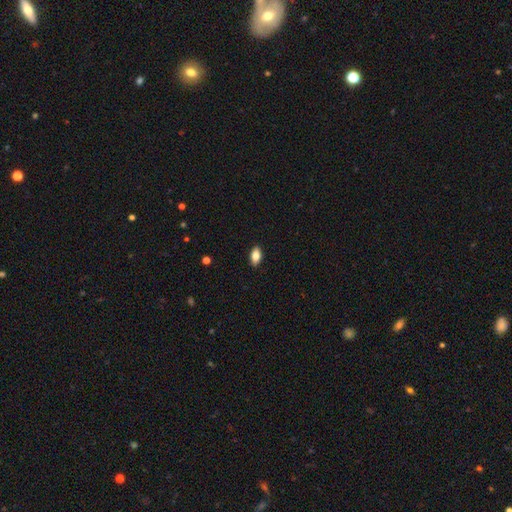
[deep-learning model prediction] smooth_or_featured: smooth (p=0.81) [alt: featured or disk p=0.11]
how_rounded: in between (p=0.90) [alt: cigar-shaped p=0.05]
merging: none (p=0.89) [alt: minor disturbance p=0.08]